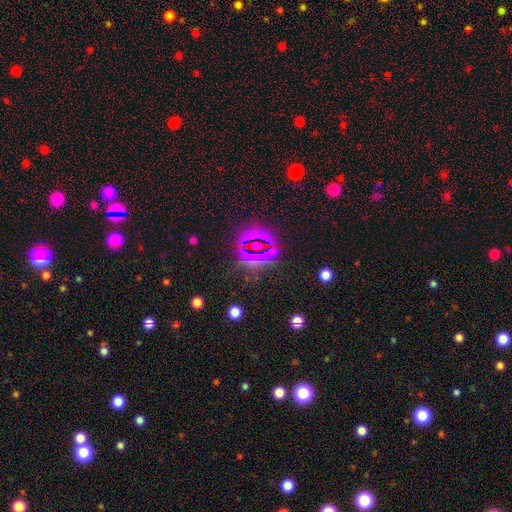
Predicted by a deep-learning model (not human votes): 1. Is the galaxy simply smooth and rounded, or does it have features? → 75% star or artifact, 16% smooth, 9% featured or disk.